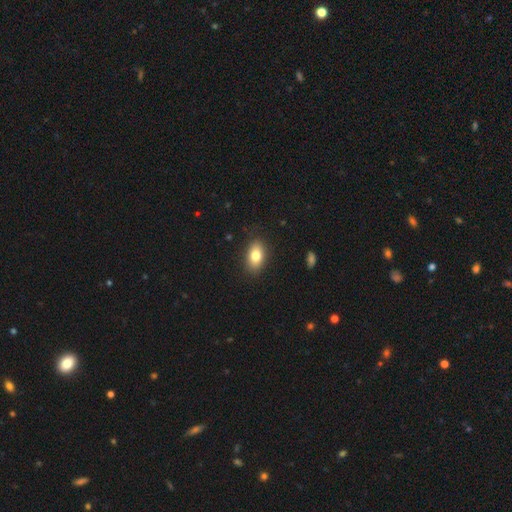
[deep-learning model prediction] Q: Smooth or featured?
A: smooth (80%); runner-up: featured or disk (12%)
Q: How rounded?
A: in between (89%); runner-up: round (8%)
Q: Merging?
A: none (86%); runner-up: minor disturbance (10%)